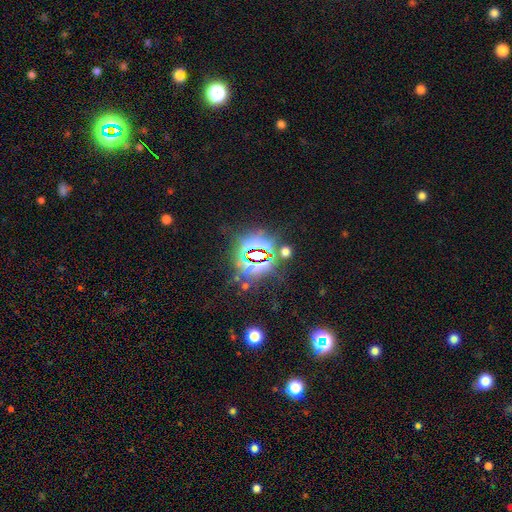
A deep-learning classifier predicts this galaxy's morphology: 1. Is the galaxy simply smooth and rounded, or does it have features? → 83% star or artifact, 10% smooth, 7% featured or disk.